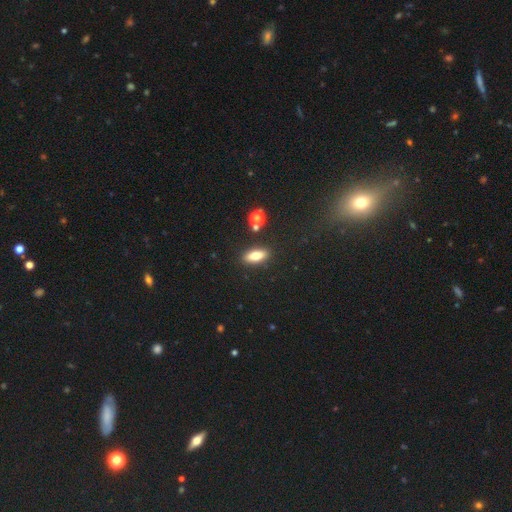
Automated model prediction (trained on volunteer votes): Smooth or featured? smooth (72%)
How rounded? in between (72%)
Merging? none (85%)